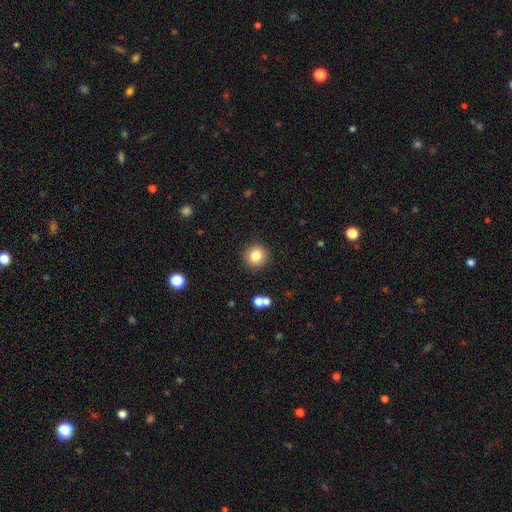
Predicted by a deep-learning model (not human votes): A smooth galaxy with no disk features (83%) that is round (93%). Merging: none (90%).